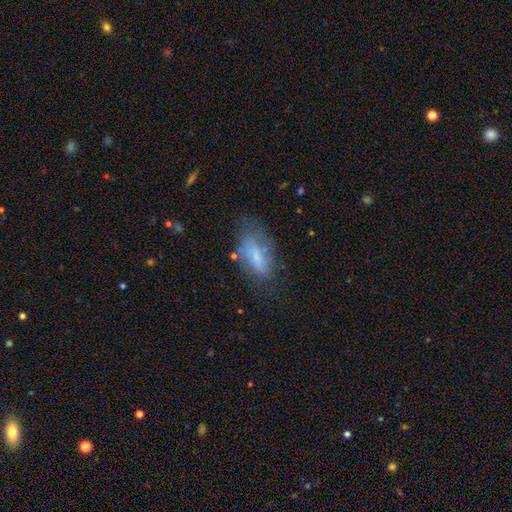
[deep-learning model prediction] Smooth or featured?
  - smooth: 60% *
  - featured or disk: 31%
  - star or artifact: 9%
How rounded?
  - in between: 86% *
  - cigar-shaped: 10%
  - round: 4%
Merging?
  - none: 56% *
  - minor disturbance: 27%
  - major disturbance: 14%
  - merger: 4%